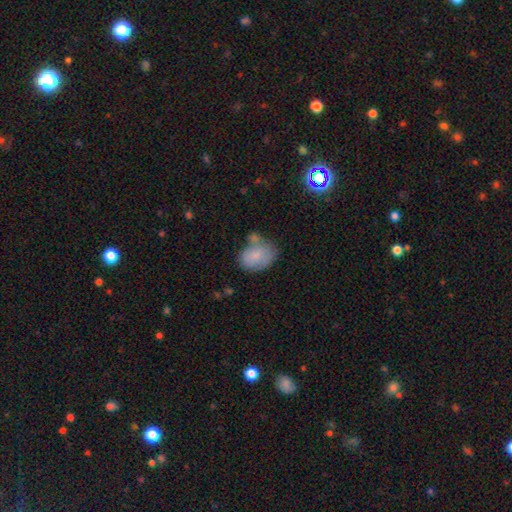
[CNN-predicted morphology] The model was most divided on "merging": none: 45%, minor disturbance: 25%, merger: 21%, major disturbance: 9%. More confident: smooth or featured — smooth (79%); how rounded — in between (66%).